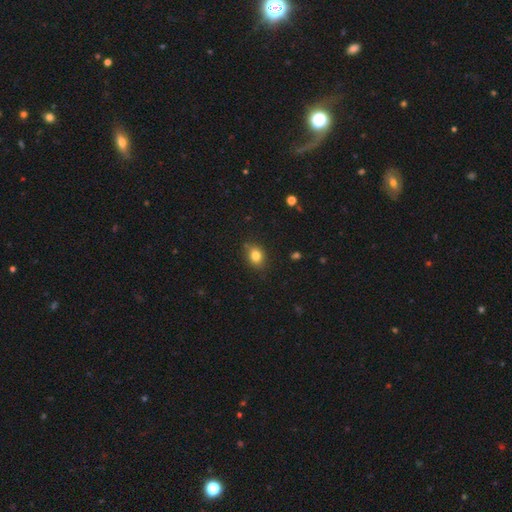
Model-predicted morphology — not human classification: Smooth or featured? Predicted: smooth (p=0.81). How rounded? Predicted: in between (p=0.50). Merging? Predicted: none (p=0.81).